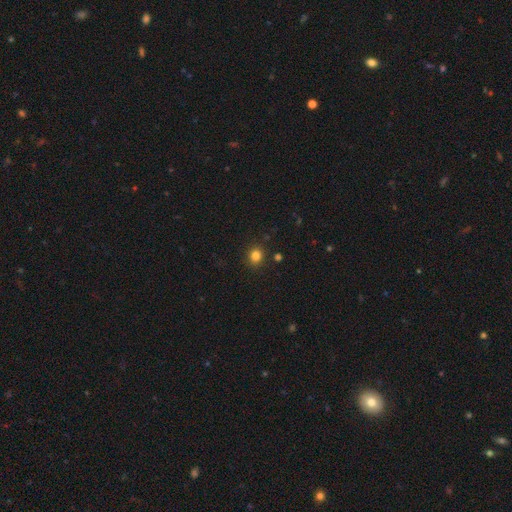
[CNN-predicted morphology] Overall: smooth (82%). How rounded: round (80%). Merging: none (88%).